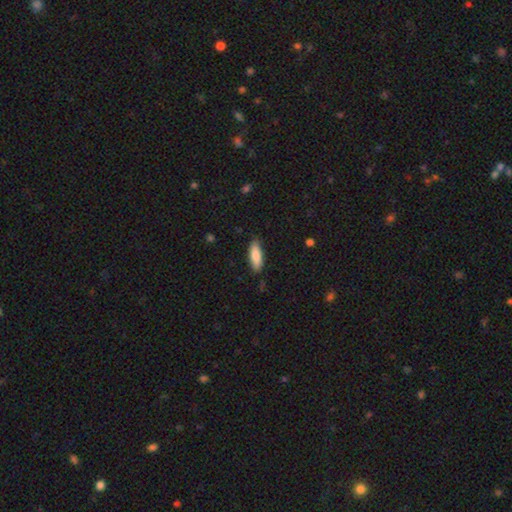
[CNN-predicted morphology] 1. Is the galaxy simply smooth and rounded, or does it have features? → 85% smooth, 10% featured or disk, 6% star or artifact.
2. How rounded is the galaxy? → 60% in between, 39% cigar-shaped, 2% round.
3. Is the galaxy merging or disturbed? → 85% none, 11% minor disturbance, 2% major disturbance, 1% merger.